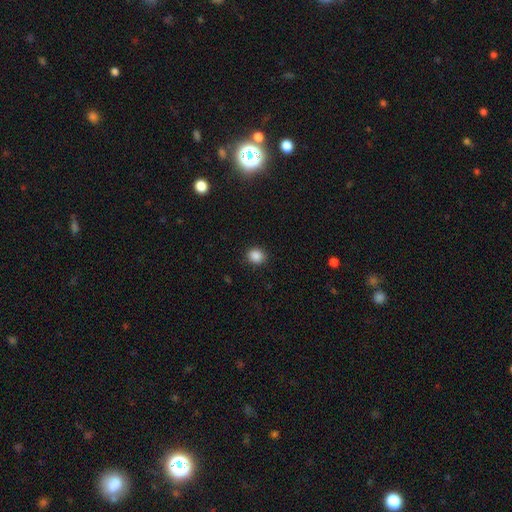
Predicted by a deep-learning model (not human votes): Morphology: type=smooth (87%); roundness=round (71%); merging=none (89%).